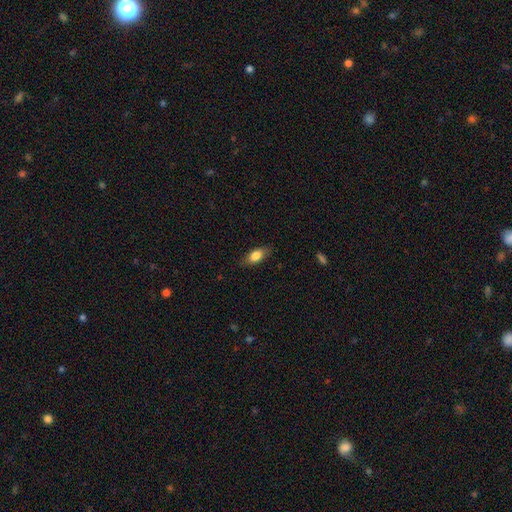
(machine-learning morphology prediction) Smooth or featured? Predicted: smooth (p=0.81). How rounded? Predicted: in between (p=0.83). Merging? Predicted: none (p=0.80).